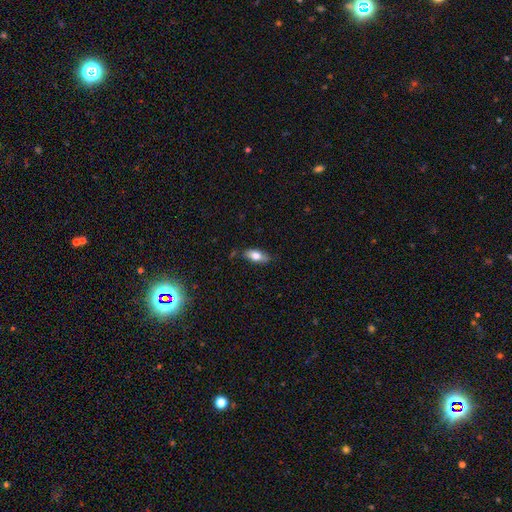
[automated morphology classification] Smooth or featured?
  - smooth: 75% *
  - featured or disk: 18%
  - star or artifact: 7%
How rounded?
  - in between: 84% *
  - cigar-shaped: 13%
  - round: 3%
Merging?
  - none: 80% *
  - minor disturbance: 16%
  - major disturbance: 3%
  - merger: 2%